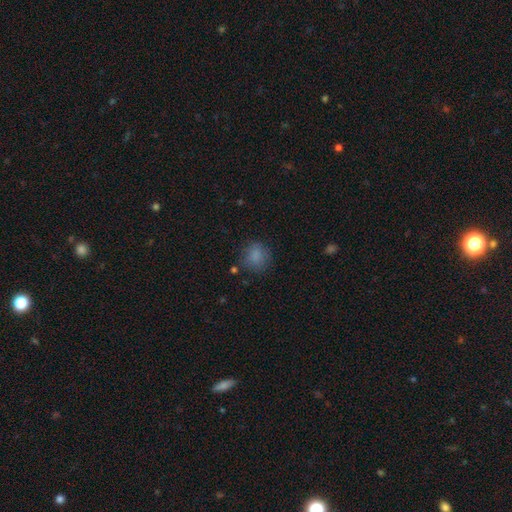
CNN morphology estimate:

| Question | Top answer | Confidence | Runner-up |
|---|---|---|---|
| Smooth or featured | smooth | 82% | star or artifact (11%) |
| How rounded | round | 82% | in between (17%) |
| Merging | none | 77% | minor disturbance (15%) |